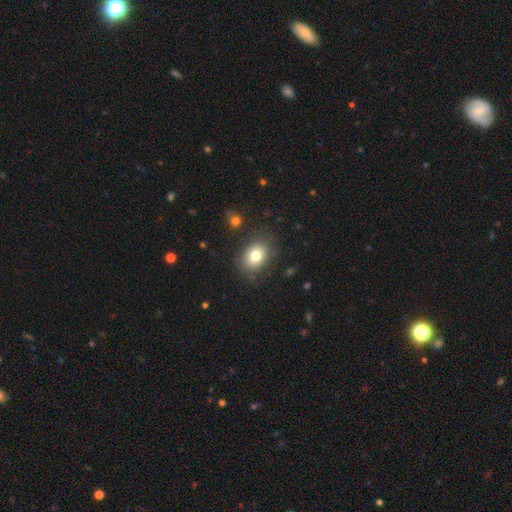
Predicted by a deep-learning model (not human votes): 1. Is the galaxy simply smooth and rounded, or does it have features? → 79% smooth, 11% featured or disk, 10% star or artifact.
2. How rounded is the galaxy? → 61% in between, 38% round, 1% cigar-shaped.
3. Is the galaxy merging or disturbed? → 82% none, 11% minor disturbance, 4% major disturbance, 3% merger.